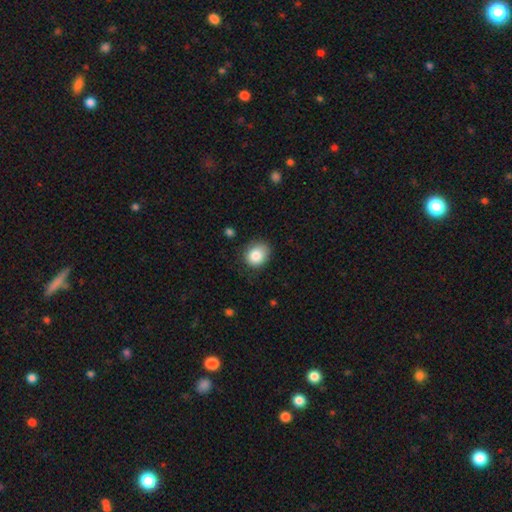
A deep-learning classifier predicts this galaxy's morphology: smooth 84%, star or artifact 9%, featured or disk 7%. Down the decision tree: how rounded — round (66%); merging — none (77%).